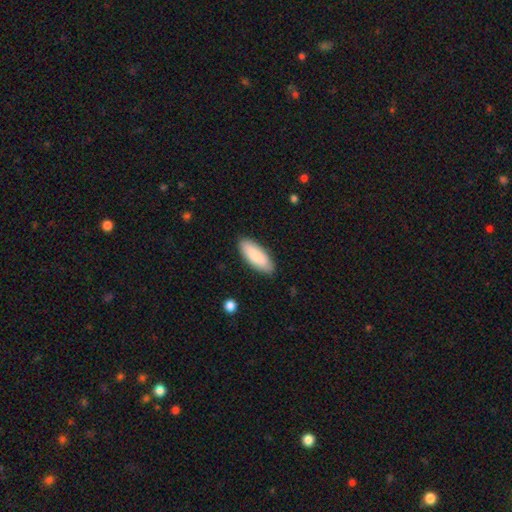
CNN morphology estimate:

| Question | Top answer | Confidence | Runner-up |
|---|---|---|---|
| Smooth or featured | smooth | 87% | featured or disk (8%) |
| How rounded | in between | 73% | cigar-shaped (25%) |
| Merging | none | 88% | minor disturbance (9%) |